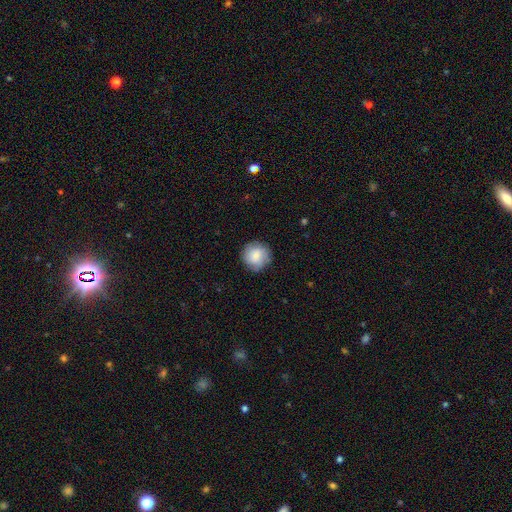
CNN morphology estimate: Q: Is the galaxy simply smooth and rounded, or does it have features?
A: smooth — 79%.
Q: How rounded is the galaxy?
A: round — 94%.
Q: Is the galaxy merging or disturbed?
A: none — 83%.